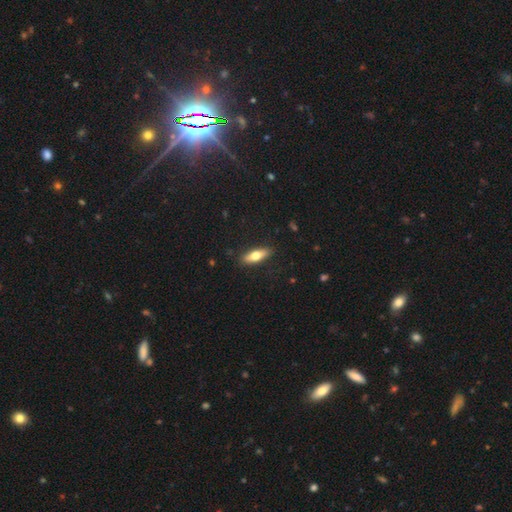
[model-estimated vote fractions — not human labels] Smooth or featured: smooth — 66% (featured or disk — 28%)
How rounded: in between — 51% (cigar-shaped — 46%)
Merging: none — 87% (minor disturbance — 9%)